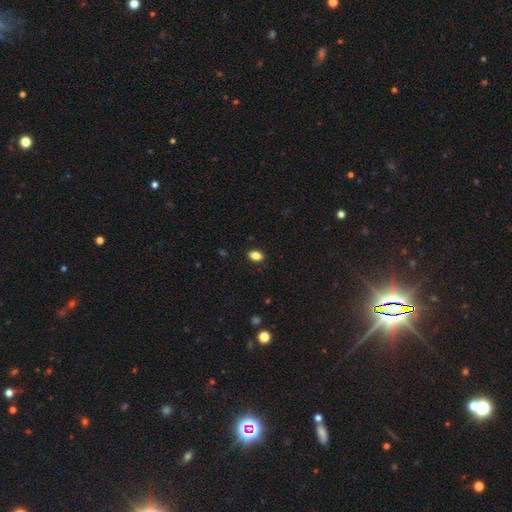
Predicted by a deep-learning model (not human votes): Smooth or featured? Predicted: smooth (p=0.84). How rounded? Predicted: in between (p=0.82). Merging? Predicted: none (p=0.89).